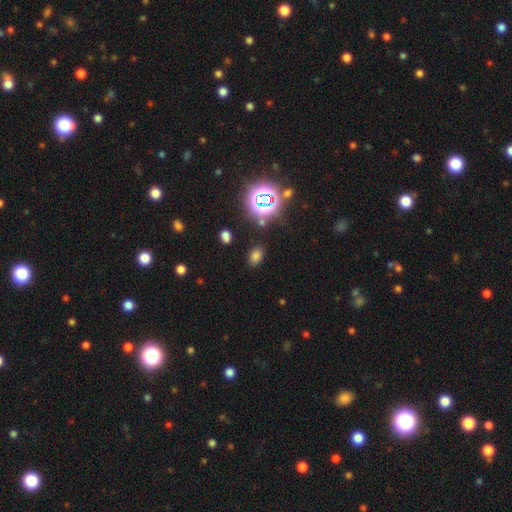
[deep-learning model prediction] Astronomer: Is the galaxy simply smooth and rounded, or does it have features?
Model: smooth — 66%.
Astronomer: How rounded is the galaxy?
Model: in between — 81%.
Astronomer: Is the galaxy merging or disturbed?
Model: none — 84%.